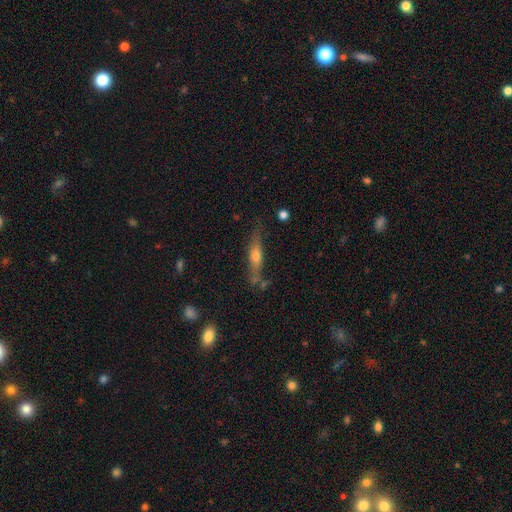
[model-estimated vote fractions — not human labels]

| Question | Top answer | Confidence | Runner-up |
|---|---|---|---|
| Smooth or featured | featured or disk | 51% | smooth (41%) |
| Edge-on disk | yes | 86% | no (14%) |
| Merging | none | 70% | minor disturbance (19%) |